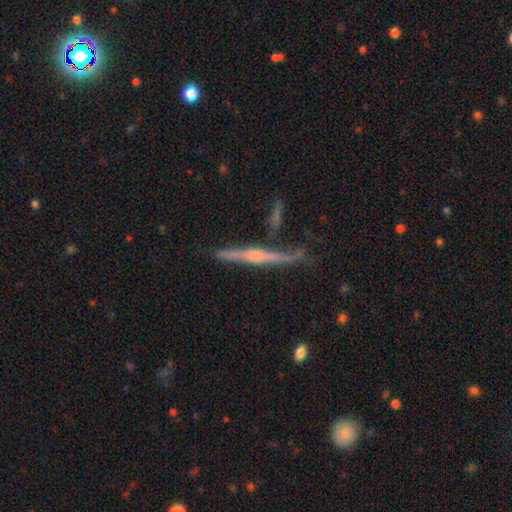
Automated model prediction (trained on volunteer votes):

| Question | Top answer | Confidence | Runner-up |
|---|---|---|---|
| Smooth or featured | featured or disk | 80% | smooth (14%) |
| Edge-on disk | yes | 98% | no (2%) |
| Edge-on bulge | rounded | 72% | none (18%) |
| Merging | none | 79% | minor disturbance (13%) |